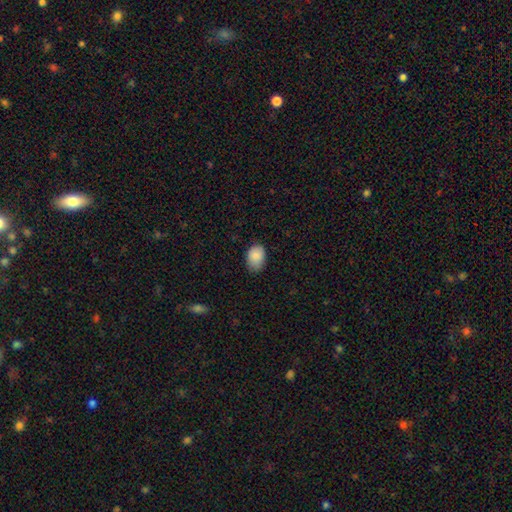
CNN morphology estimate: This appears to be a smooth galaxy with no disk features (87%) that is in between round and cigar-shaped (82%). Merging: none (71%).